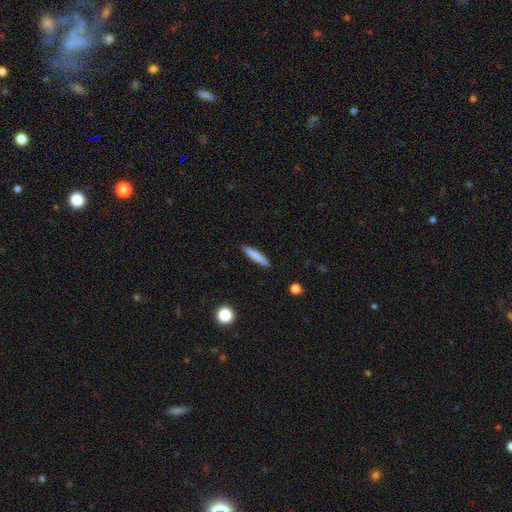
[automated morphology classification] Smooth or featured: smooth — 81% (featured or disk — 12%)
How rounded: cigar-shaped — 92% (in between — 7%)
Merging: none — 91% (minor disturbance — 7%)